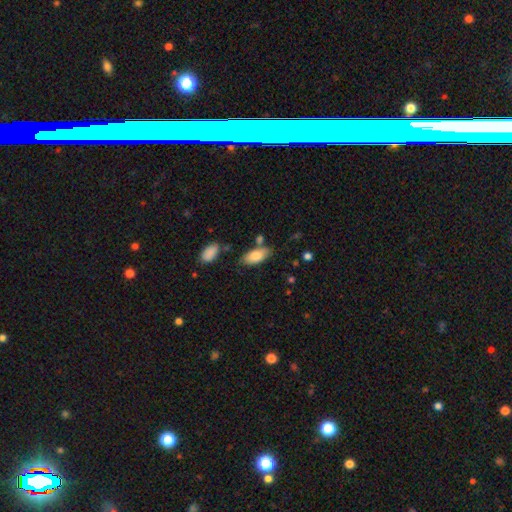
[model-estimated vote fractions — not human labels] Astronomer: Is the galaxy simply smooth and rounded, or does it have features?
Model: smooth — 81%.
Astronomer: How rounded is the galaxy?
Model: in between — 88%.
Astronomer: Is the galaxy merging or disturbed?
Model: none — 71%.